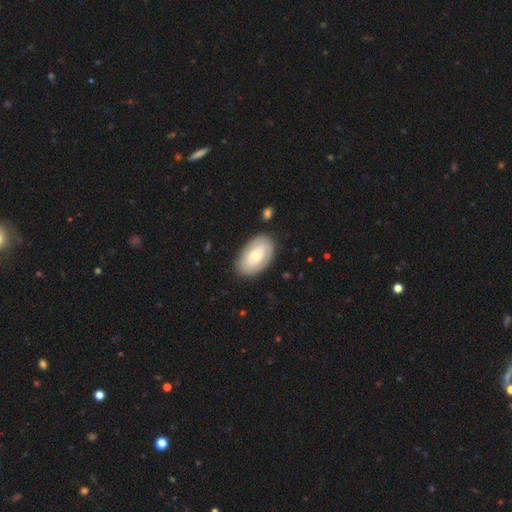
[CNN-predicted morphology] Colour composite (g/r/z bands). It shows a featured or disk galaxy (50%). Merging: none (79%).